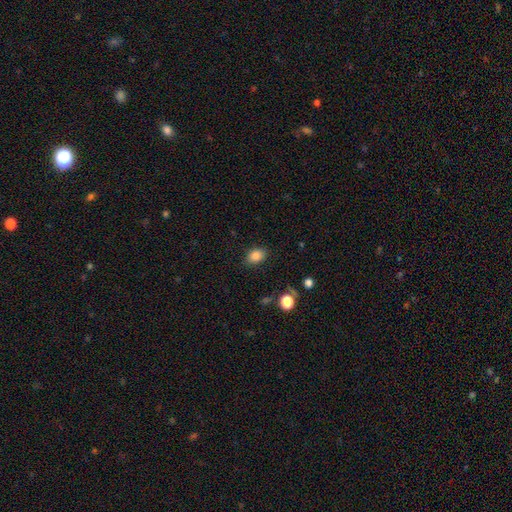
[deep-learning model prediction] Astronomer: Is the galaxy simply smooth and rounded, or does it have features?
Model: smooth — 84%.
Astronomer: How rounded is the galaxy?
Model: in between — 72%.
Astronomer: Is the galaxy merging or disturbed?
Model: none — 84%.